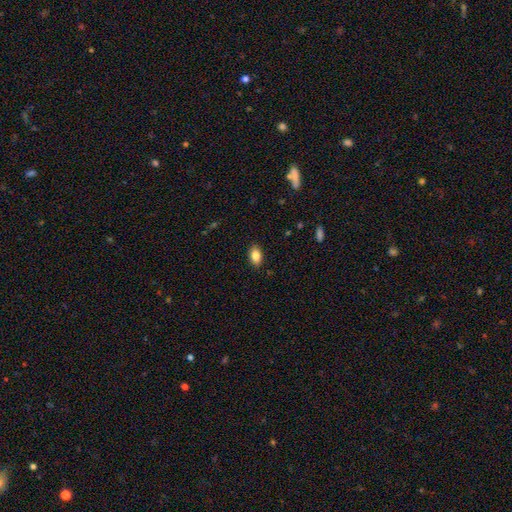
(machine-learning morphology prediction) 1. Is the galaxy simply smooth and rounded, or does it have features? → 84% smooth, 8% star or artifact, 7% featured or disk.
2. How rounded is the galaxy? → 89% in between, 8% round, 2% cigar-shaped.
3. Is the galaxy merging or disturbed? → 88% none, 9% minor disturbance, 2% major disturbance, 1% merger.